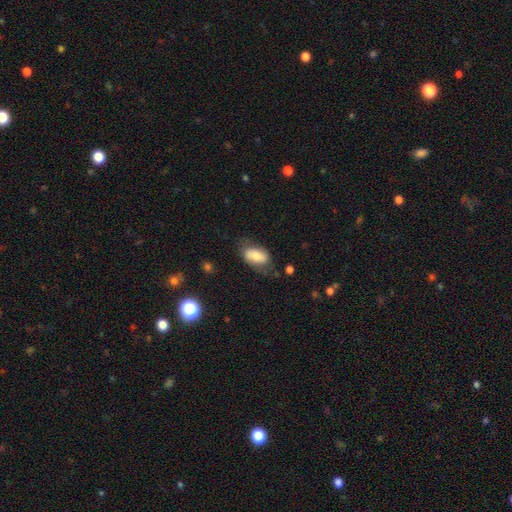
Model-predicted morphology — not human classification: Smooth or featured: smooth — 73% (featured or disk — 20%)
How rounded: in between — 91% (round — 7%)
Merging: none — 61% (minor disturbance — 26%)